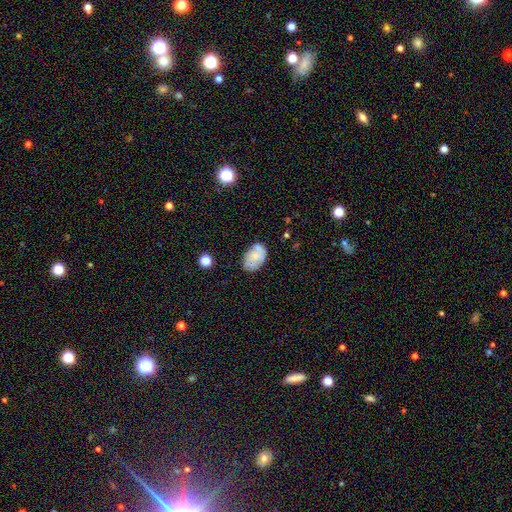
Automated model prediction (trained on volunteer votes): The model was most divided on "smooth or featured": smooth: 63%, featured or disk: 28%, star or artifact: 9%. More confident: how rounded — in between (87%); merging — none (64%).